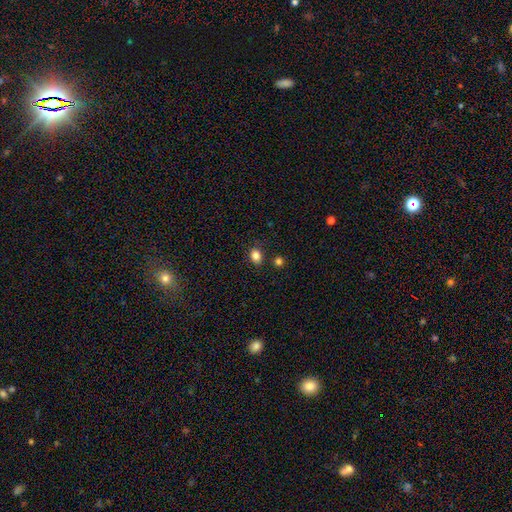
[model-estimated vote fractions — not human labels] Smooth or featured? smooth (85%)
How rounded? in between (61%)
Merging? none (82%)